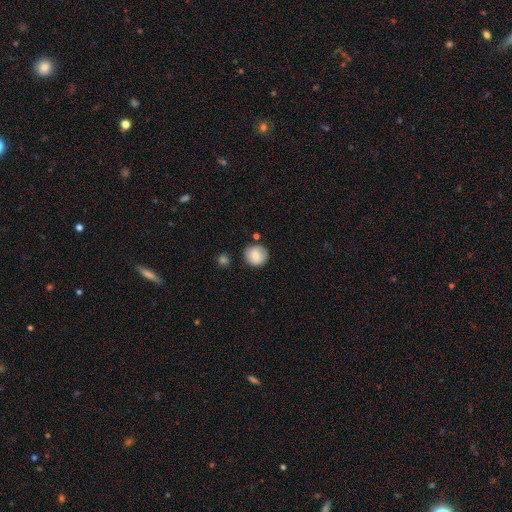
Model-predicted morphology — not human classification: This is likely a smooth galaxy (79%). How rounded: clearly round (91%). Merging: likely none (80%).